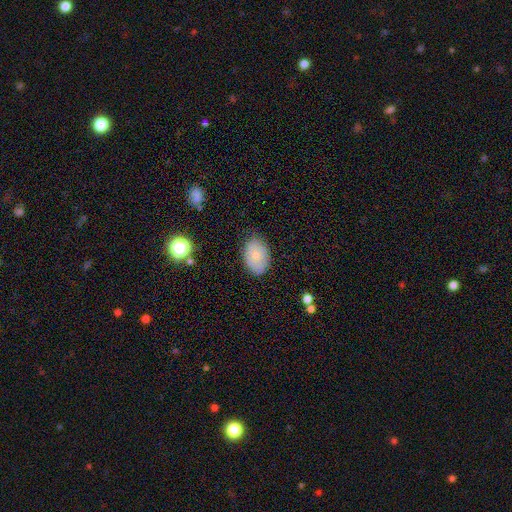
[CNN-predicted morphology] Smooth or featured? smooth (72%)
How rounded? in between (84%)
Merging? none (79%)